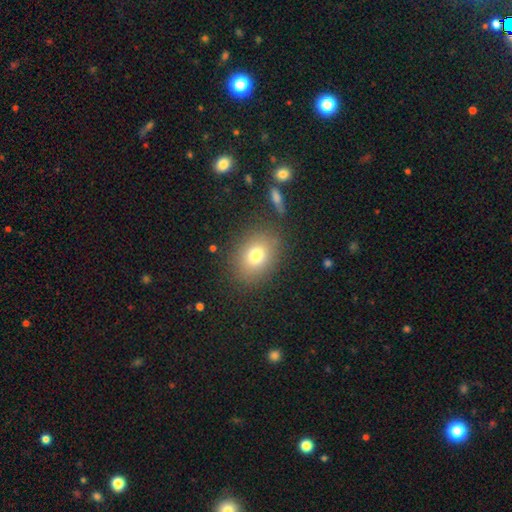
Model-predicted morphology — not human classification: smooth 75%, star or artifact 12%, featured or disk 12%. Down the decision tree: how rounded — in between (56%); merging — none (83%).